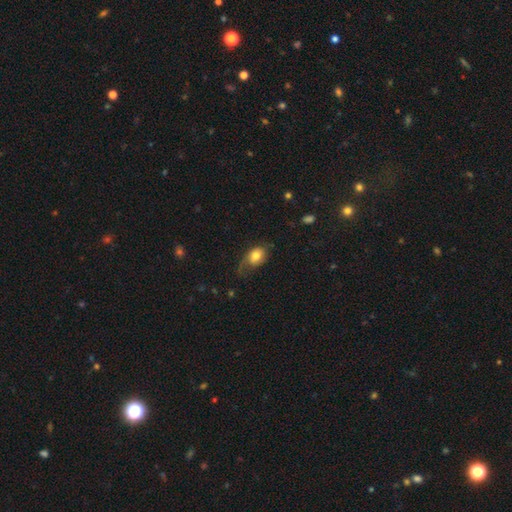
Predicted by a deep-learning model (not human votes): Smooth or featured?
  - smooth: 72% *
  - featured or disk: 20%
  - star or artifact: 8%
How rounded?
  - in between: 73% *
  - round: 26%
  - cigar-shaped: 2%
Merging?
  - none: 43% *
  - minor disturbance: 30%
  - major disturbance: 24%
  - merger: 2%